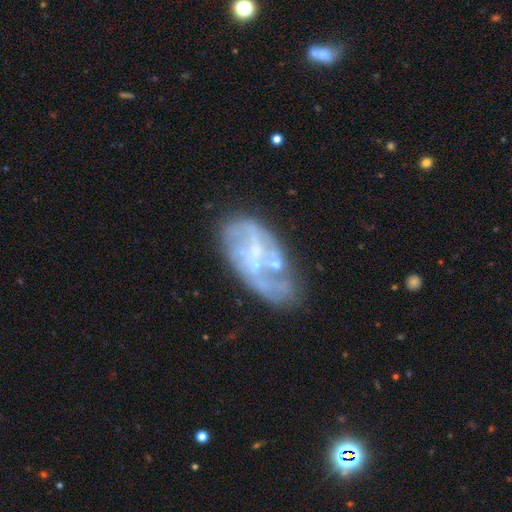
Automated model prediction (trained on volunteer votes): A featured or disk galaxy (70%) with no bar (57%), spiral arms (53%) and a small central bulge (45%). Merging: none (51%).